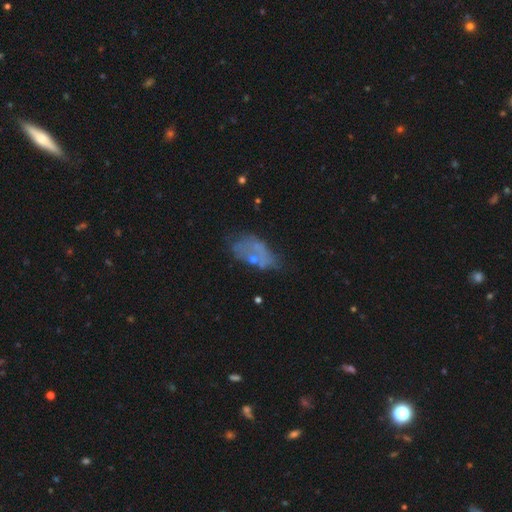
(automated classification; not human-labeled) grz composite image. It shows a smooth galaxy with no disk features (43%). Merging: none (36%).